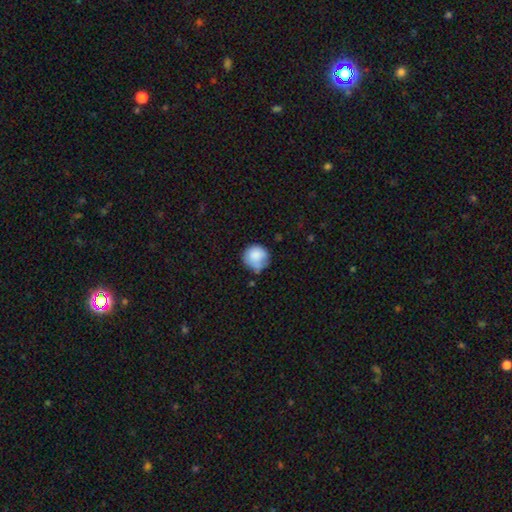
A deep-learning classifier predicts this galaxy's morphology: type=smooth (82%); roundness=round (88%); merging=none (57%).